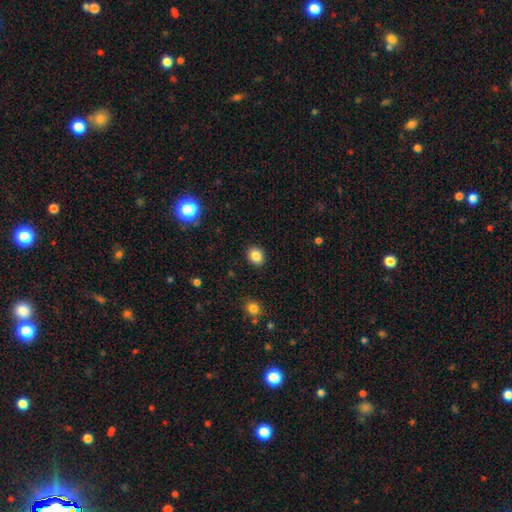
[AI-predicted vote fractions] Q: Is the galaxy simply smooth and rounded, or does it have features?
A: smooth — 85%.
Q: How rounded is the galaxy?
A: round — 65%.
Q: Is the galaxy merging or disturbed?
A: none — 90%.